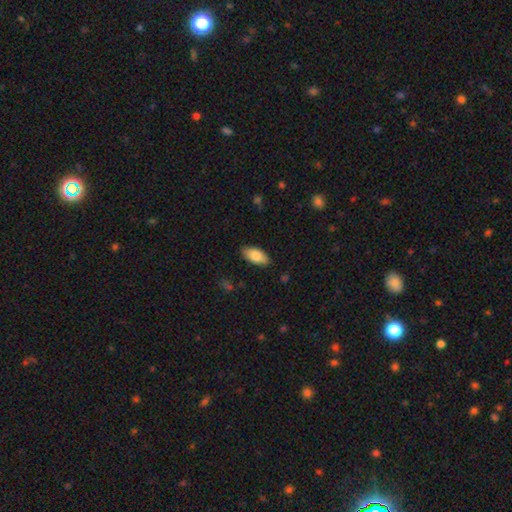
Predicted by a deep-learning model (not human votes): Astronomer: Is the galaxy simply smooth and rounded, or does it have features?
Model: smooth — 82%.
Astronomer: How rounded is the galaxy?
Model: in between — 92%.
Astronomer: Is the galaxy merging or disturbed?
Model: none — 86%.